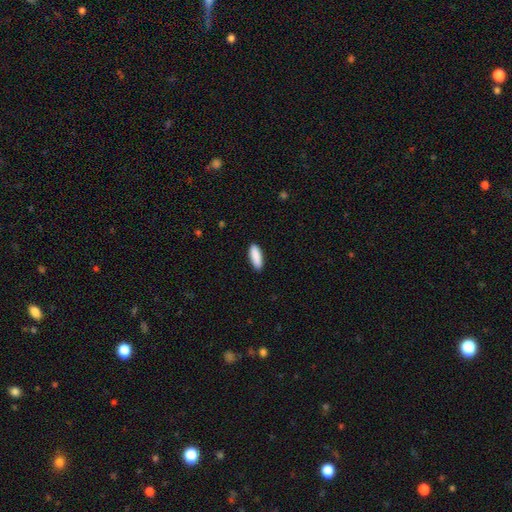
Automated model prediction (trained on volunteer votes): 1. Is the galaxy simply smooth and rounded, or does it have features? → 90% smooth, 6% star or artifact, 4% featured or disk.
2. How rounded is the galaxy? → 60% in between, 38% cigar-shaped, 2% round.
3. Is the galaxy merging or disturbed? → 89% none, 8% minor disturbance, 2% major disturbance, 1% merger.